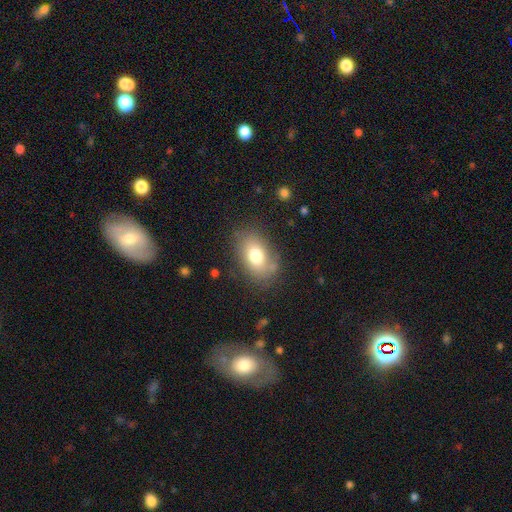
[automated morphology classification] smooth 75%, featured or disk 16%, star or artifact 10%. Down the decision tree: how rounded — in between (83%); merging — none (75%).